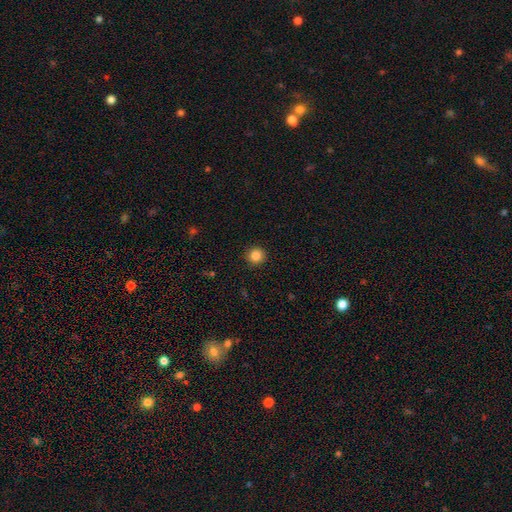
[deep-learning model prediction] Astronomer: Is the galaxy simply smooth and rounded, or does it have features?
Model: smooth — 85%.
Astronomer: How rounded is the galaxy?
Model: round — 94%.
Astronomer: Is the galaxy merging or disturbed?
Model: none — 92%.